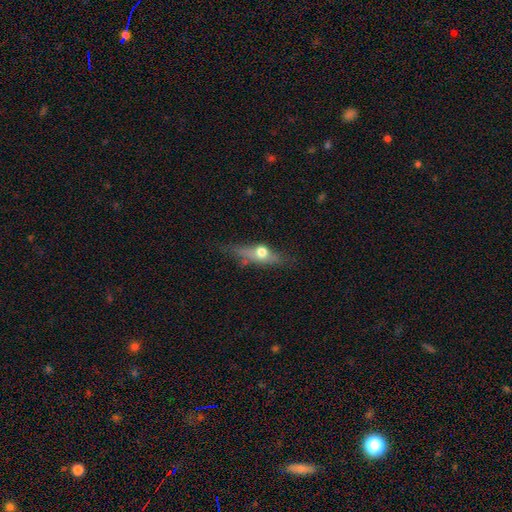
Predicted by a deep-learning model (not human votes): Smooth or featured? featured or disk (64%)
Edge-on disk? yes (89%)
Edge-on bulge? rounded (94%)
Merging? none (74%)